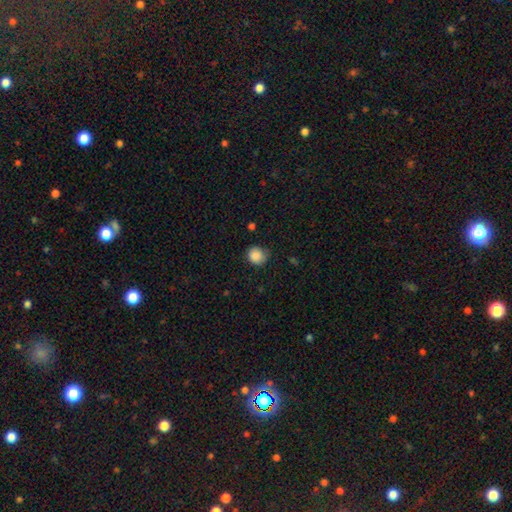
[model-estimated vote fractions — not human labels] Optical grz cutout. It shows a smooth galaxy with no disk features (88%) that is round (86%). Merging: none (70%).